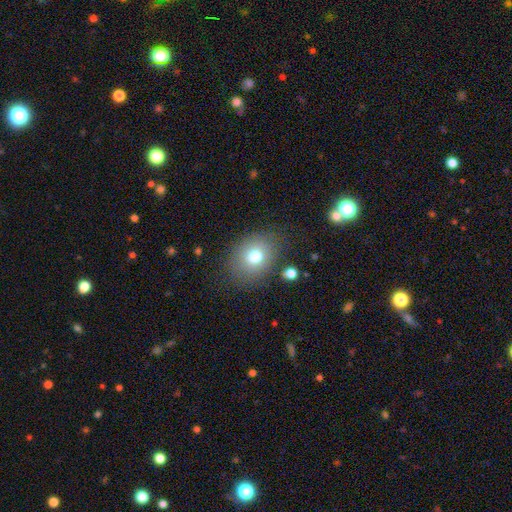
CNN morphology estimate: Q: Smooth or featured?
A: smooth (74%); runner-up: featured or disk (15%)
Q: How rounded?
A: in between (54%); runner-up: round (46%)
Q: Merging?
A: none (76%); runner-up: minor disturbance (14%)